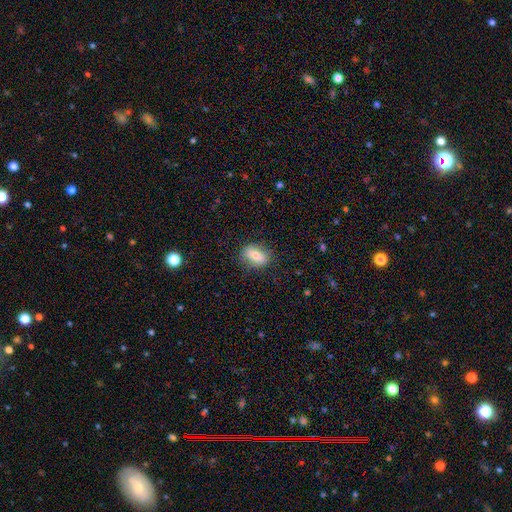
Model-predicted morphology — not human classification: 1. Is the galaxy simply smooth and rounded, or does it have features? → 72% smooth, 20% featured or disk, 8% star or artifact.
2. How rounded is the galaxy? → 81% in between, 14% round, 6% cigar-shaped.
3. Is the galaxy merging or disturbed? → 82% none, 14% minor disturbance, 4% major disturbance, 1% merger.